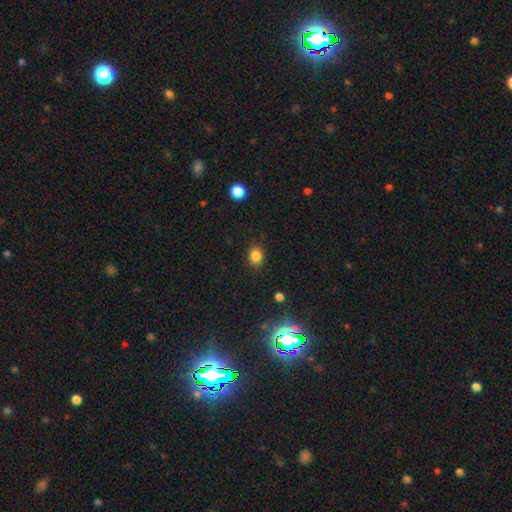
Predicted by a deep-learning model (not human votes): A smooth galaxy with no disk features (82%) that is round (58%). Merging: none (86%).